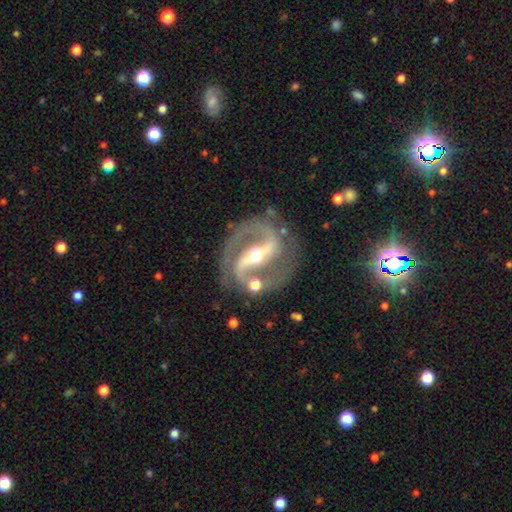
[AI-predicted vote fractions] The model was most divided on "bulge size": moderate: 58%, small: 37%, large: 3%, none: 1%, dominant: 1%. More confident: spiral arms — yes (98%); edge-on disk — no (97%); spiral arm count — 2 (93%); smooth or featured — featured or disk (92%); merging — none (79%); bar — strong (72%); spiral winding — medium (60%).